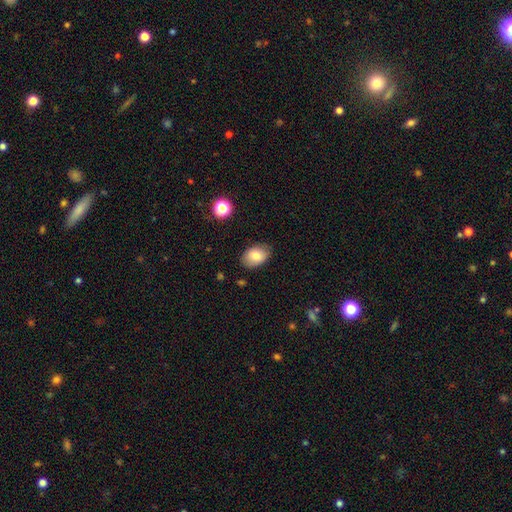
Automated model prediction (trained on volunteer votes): Q: Smooth or featured?
A: smooth (79%); runner-up: featured or disk (13%)
Q: How rounded?
A: in between (85%); runner-up: round (14%)
Q: Merging?
A: none (83%); runner-up: minor disturbance (13%)